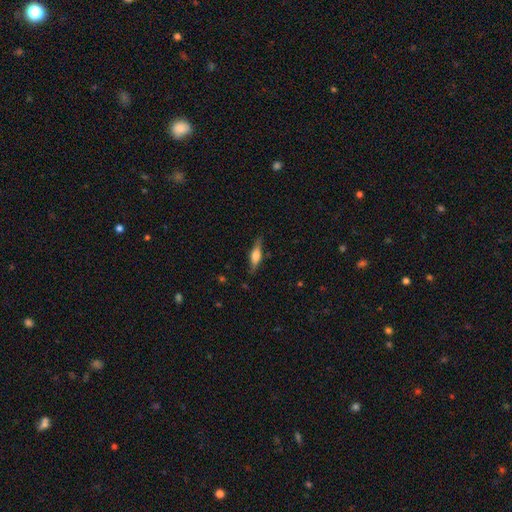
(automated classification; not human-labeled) Smooth or featured? featured or disk (48%)
Merging? none (81%)